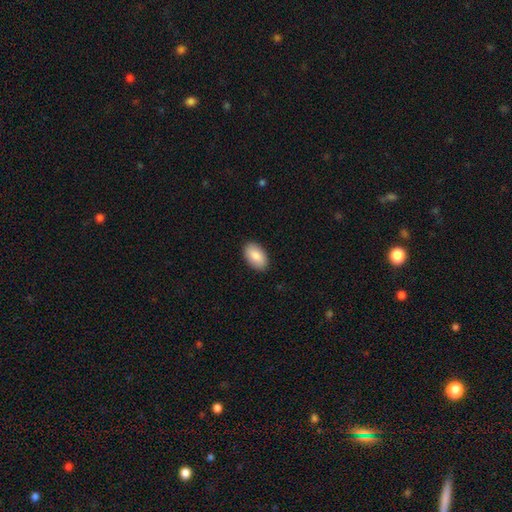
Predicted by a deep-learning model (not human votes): Morphology: type=smooth (88%); roundness=in between (95%); merging=none (90%).